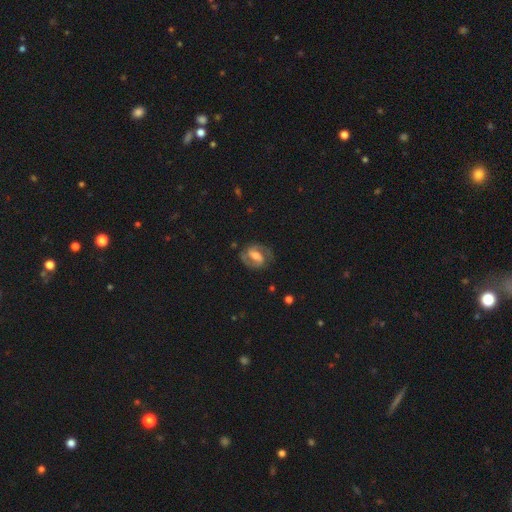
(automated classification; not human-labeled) Q: Smooth or featured?
A: featured or disk (82%); runner-up: smooth (12%)
Q: Edge-on disk?
A: no (97%); runner-up: yes (3%)
Q: Bar?
A: weak (44%); runner-up: strong (38%)
Q: Spiral arms?
A: yes (93%); runner-up: no (7%)
Q: Spiral winding?
A: medium (55%); runner-up: tight (30%)
Q: Spiral arm count?
A: 2 (90%); runner-up: can't tell (4%)
Q: Bulge size?
A: moderate (59%); runner-up: small (26%)
Q: Merging?
A: none (78%); runner-up: minor disturbance (14%)